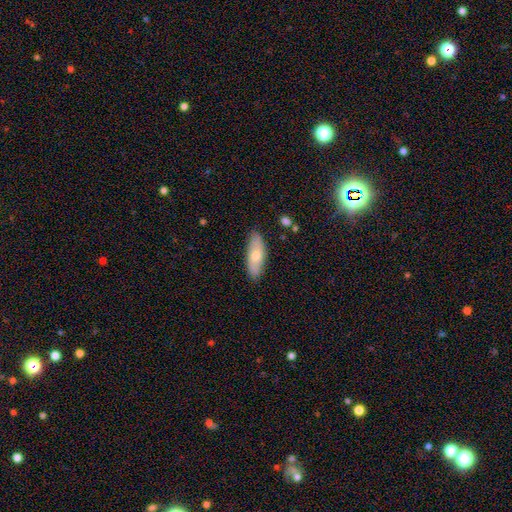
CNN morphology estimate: smooth_or_featured: smooth (p=0.66) [alt: featured or disk p=0.29]
how_rounded: in between (p=0.69) [alt: cigar-shaped p=0.29]
merging: none (p=0.84) [alt: minor disturbance p=0.12]